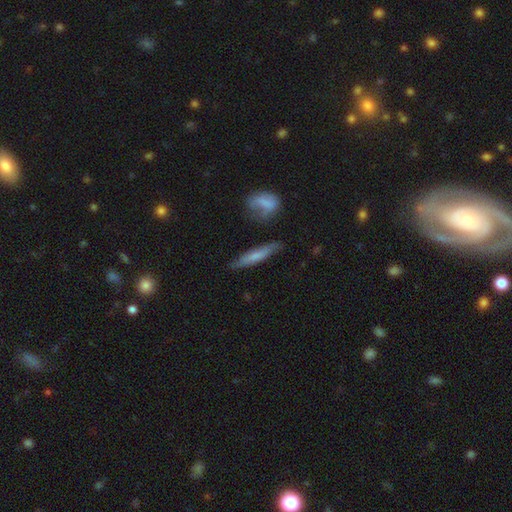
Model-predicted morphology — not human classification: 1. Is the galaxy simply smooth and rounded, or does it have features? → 59% smooth, 34% featured or disk, 7% star or artifact.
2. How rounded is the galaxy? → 87% cigar-shaped, 10% in between, 2% round.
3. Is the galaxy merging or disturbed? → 77% none, 15% minor disturbance, 4% merger, 4% major disturbance.